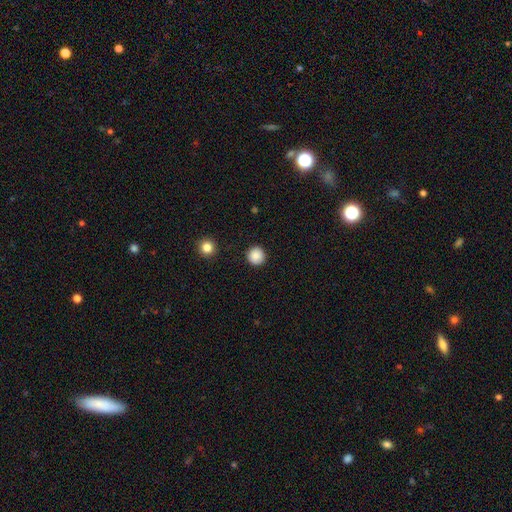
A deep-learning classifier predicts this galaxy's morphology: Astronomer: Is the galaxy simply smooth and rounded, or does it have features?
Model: smooth — 87%.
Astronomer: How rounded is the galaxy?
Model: round — 96%.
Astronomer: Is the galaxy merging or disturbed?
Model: none — 93%.